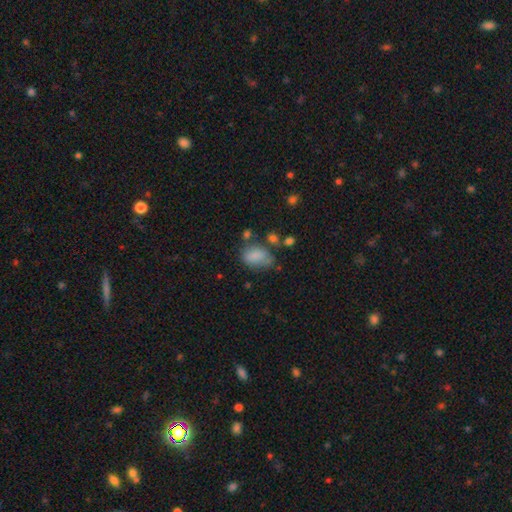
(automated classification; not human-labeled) A smooth galaxy with no disk features (81%) that is in between round and cigar-shaped (85%).

Vote fractions:
- Smooth or featured? smooth: 81% / star or artifact: 10% / featured or disk: 9%
- How rounded? in between: 85% / round: 14% / cigar-shaped: 2%
- Merging? none: 49% / minor disturbance: 30% / major disturbance: 13% / merger: 8%